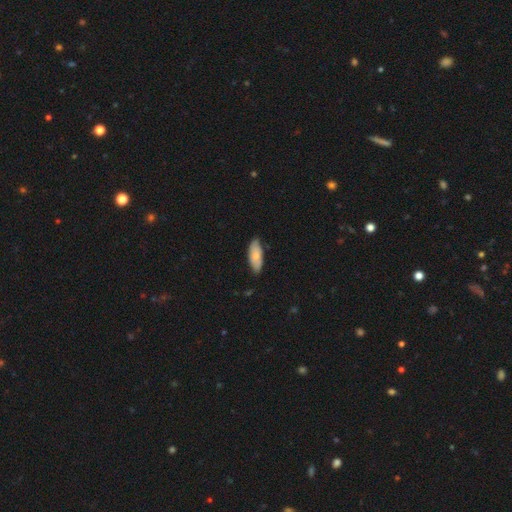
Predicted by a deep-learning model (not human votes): The model was most divided on "smooth or featured": smooth: 74%, featured or disk: 20%, star or artifact: 6%. More confident: how rounded — in between (78%); merging — none (75%).